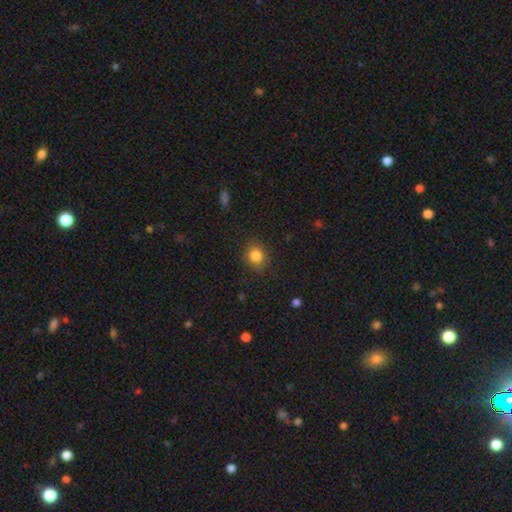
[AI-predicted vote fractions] This is clearly a smooth galaxy (83%). How rounded: likely round (75%). Merging: clearly none (82%).